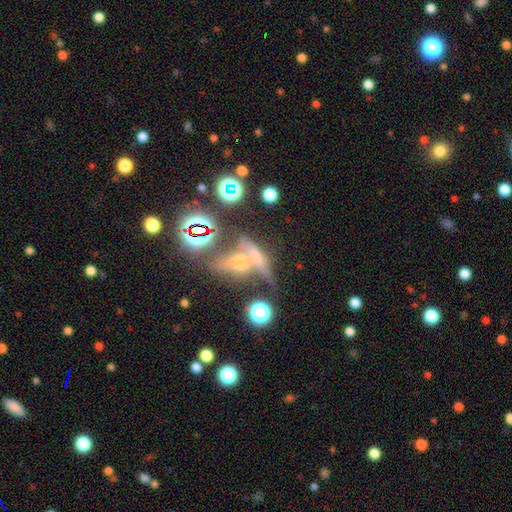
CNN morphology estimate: Q: Smooth or featured?
A: featured or disk (37%); tied with: smooth (37%)
Q: Merging?
A: merger (41%); runner-up: none (38%)